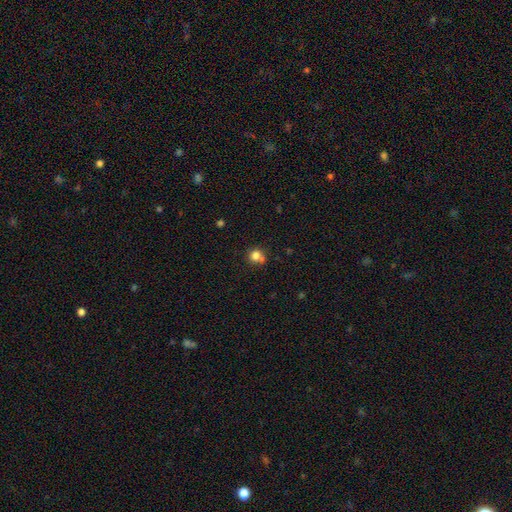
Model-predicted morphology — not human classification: Overall: smooth (80%). How rounded: round (85%). Merging: none (57%; merger 21%).